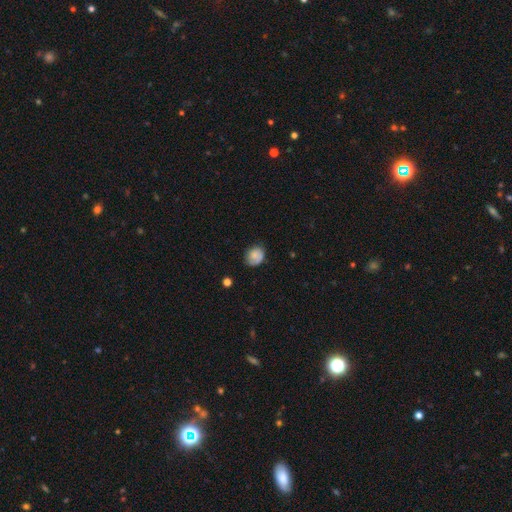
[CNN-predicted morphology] smooth_or_featured: smooth (p=0.74) [alt: featured or disk p=0.18]
how_rounded: round (p=0.62) [alt: in between p=0.37]
merging: none (p=0.66) [alt: minor disturbance p=0.25]